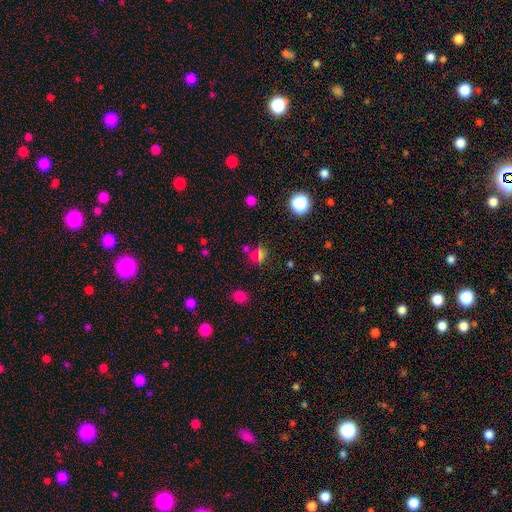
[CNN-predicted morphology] This is likely a smooth galaxy (60%). How rounded: likely round (63%). Merging: likely none (64%).